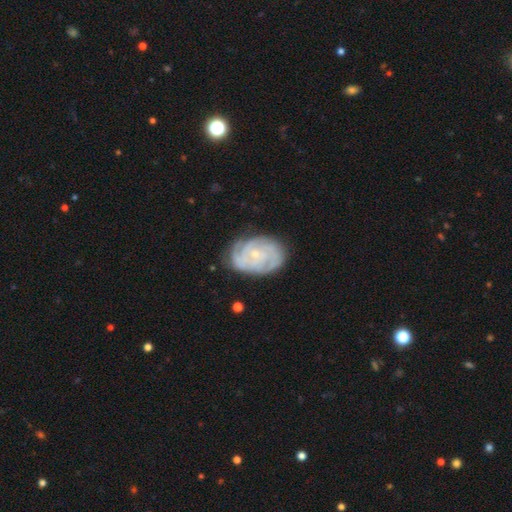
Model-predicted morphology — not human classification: A featured or disk galaxy (80%) with no bar (74%), tight (70%) spiral arms (94%) and a small central bulge (75%). Merging: none (75%).